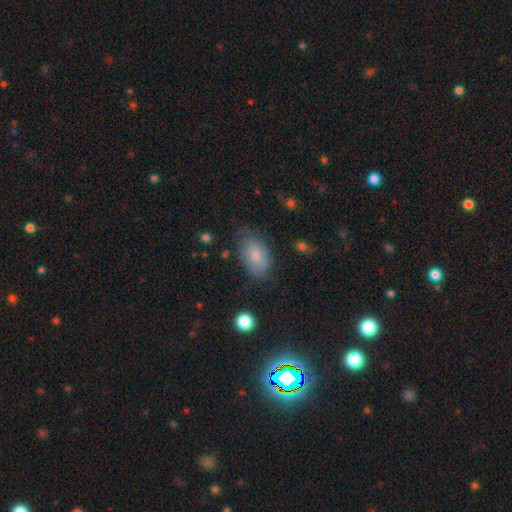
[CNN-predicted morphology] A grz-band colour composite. It shows a smooth galaxy with no disk features (74%) that is in between round and cigar-shaped (91%). Merging: none (62%).